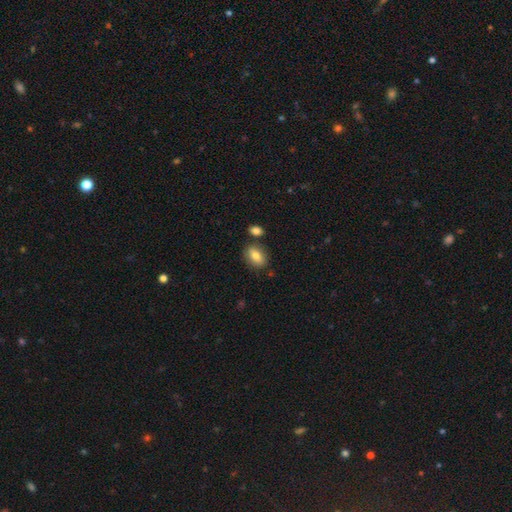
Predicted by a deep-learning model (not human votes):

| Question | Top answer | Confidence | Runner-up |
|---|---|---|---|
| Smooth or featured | smooth | 80% | featured or disk (12%) |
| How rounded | in between | 83% | round (15%) |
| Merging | none | 77% | minor disturbance (11%) |